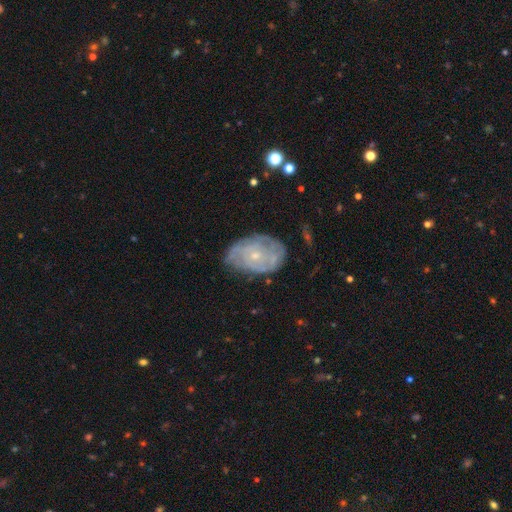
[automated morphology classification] Smooth or featured?
  - featured or disk: 71% *
  - smooth: 22%
  - star or artifact: 7%
Edge-on disk?
  - no: 96% *
  - yes: 4%
Bar?
  - no: 82% *
  - weak: 16%
  - strong: 3%
Spiral arms?
  - yes: 77% *
  - no: 23%
Spiral winding?
  - tight: 66% *
  - medium: 25%
  - loose: 9%
Spiral arm count?
  - can't tell: 55% *
  - 2: 19%
  - 3: 11%
  - 4: 7%
  - 1: 4%
  - more than 4: 4%
Bulge size?
  - small: 74% *
  - moderate: 22%
  - none: 2%
  - large: 1%
  - dominant: 1%
Merging?
  - none: 66% *
  - minor disturbance: 24%
  - major disturbance: 8%
  - merger: 2%